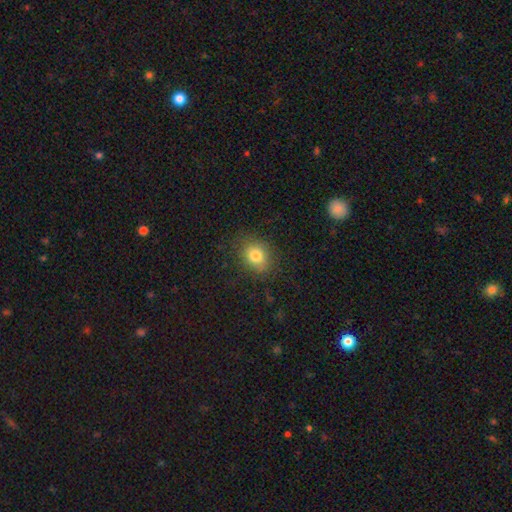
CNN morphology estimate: Q: Smooth or featured?
A: smooth (80%); runner-up: star or artifact (12%)
Q: How rounded?
A: round (62%); runner-up: in between (37%)
Q: Merging?
A: none (81%); runner-up: minor disturbance (13%)